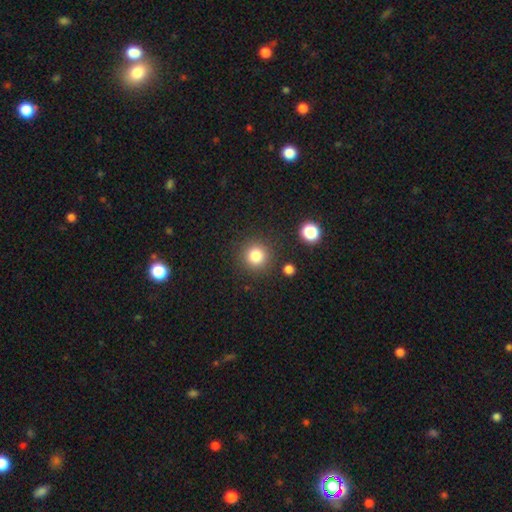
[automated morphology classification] smooth-or-featured: smooth: 82% | star or artifact: 12% | featured or disk: 6%
  how-rounded: round: 94% | in between: 5% | cigar-shaped: 1%
  merging: none: 88% | minor disturbance: 7% | major disturbance: 3% | merger: 3%